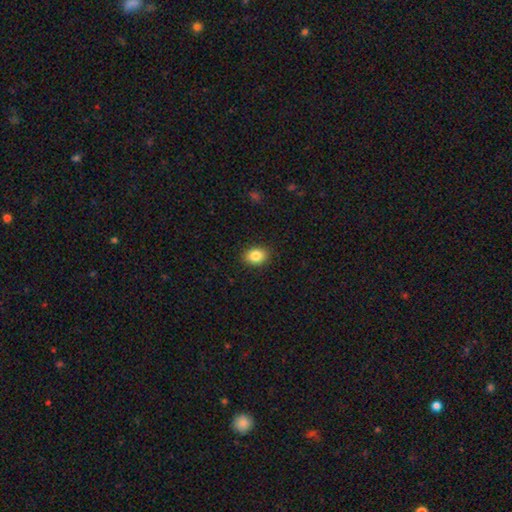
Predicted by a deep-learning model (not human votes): Overall: smooth (85%). How rounded: in between (68%; round 31%). Merging: none (89%).